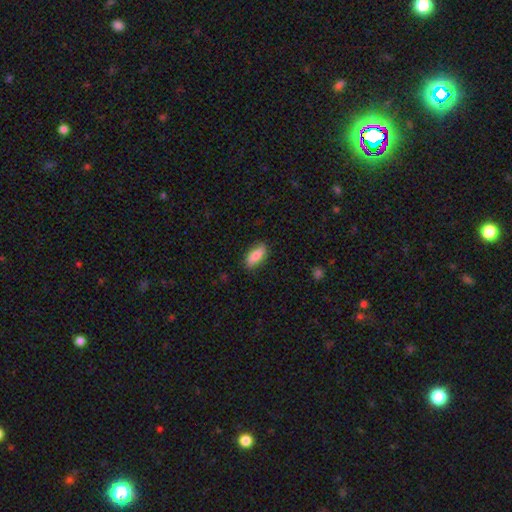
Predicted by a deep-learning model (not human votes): Overall: smooth (83%). How rounded: in between (82%). Merging: none (83%).